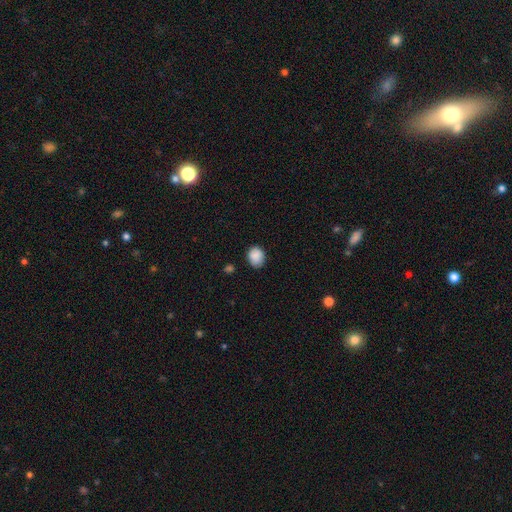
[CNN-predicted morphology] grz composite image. It shows a smooth galaxy with no disk features (88%) that is round (54%). Merging: none (75%).